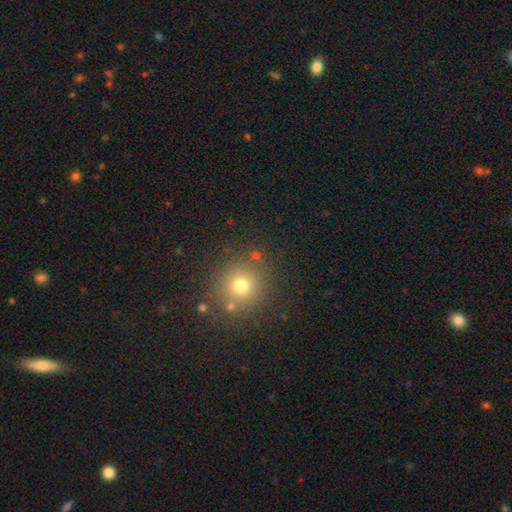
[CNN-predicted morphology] This is likely a smooth galaxy (65%). How rounded: clearly round (93%). Merging: clearly none (83%).